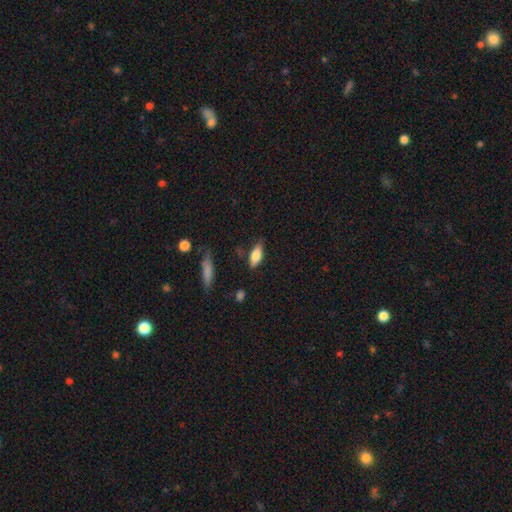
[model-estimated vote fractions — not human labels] Smooth or featured? Predicted: smooth (p=0.76). How rounded? Predicted: in between (p=0.74). Merging? Predicted: none (p=0.75).